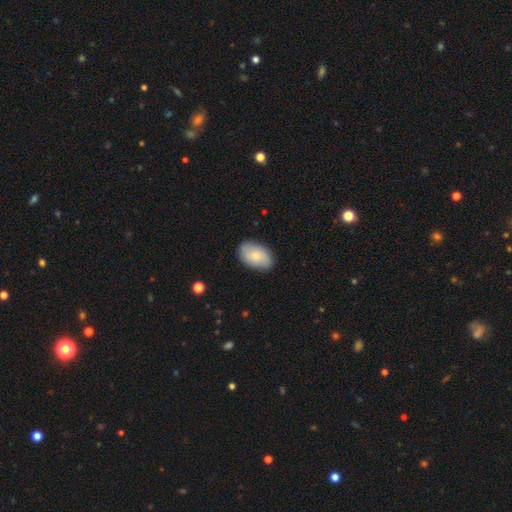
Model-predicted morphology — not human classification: smooth-or-featured: smooth: 64% | featured or disk: 29% | star or artifact: 7%
  how-rounded: in between: 90% | round: 8% | cigar-shaped: 1%
  merging: none: 83% | minor disturbance: 13% | major disturbance: 3% | merger: 1%